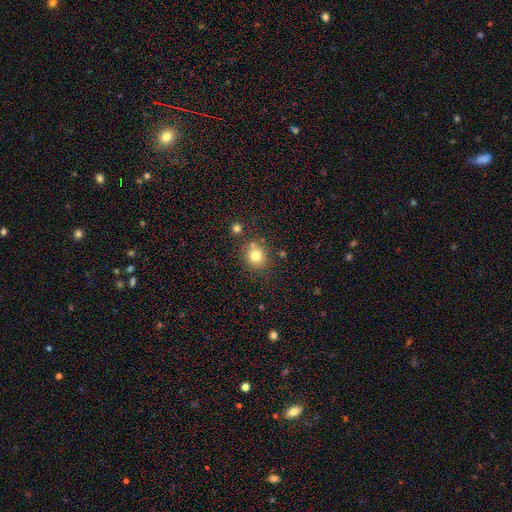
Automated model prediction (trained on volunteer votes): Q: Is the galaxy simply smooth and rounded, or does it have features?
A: smooth — 78%.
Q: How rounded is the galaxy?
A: round — 84%.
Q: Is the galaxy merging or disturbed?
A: none — 74%.